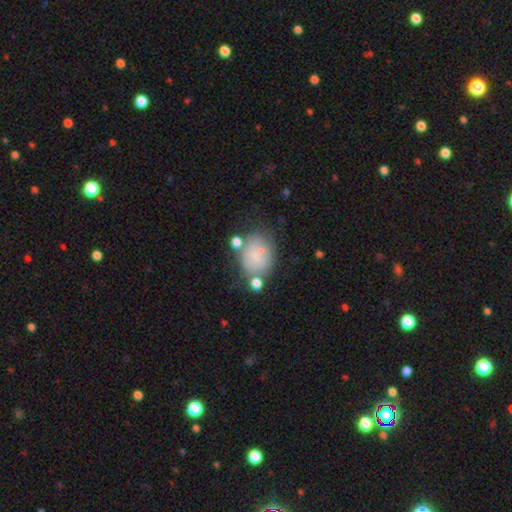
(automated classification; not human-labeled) Q: Smooth or featured?
A: smooth (51%); runner-up: featured or disk (39%)
Q: How rounded?
A: round (55%); runner-up: in between (44%)
Q: Merging?
A: none (53%); runner-up: minor disturbance (22%)